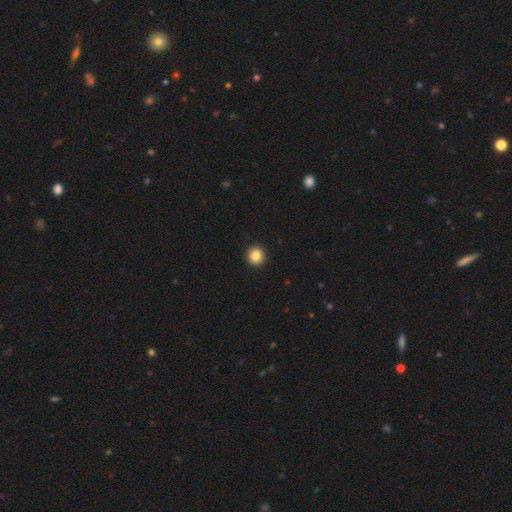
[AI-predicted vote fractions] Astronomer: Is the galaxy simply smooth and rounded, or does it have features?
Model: smooth — 86%.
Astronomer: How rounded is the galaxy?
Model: round — 91%.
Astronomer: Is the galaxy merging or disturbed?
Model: none — 93%.